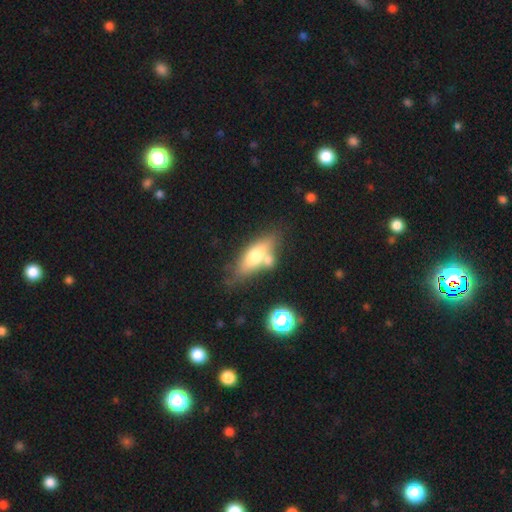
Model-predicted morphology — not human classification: smooth_or_featured: smooth (p=0.59) [alt: featured or disk p=0.33]
how_rounded: in between (p=0.64) [alt: cigar-shaped p=0.32]
merging: none (p=0.52) [alt: merger p=0.25]